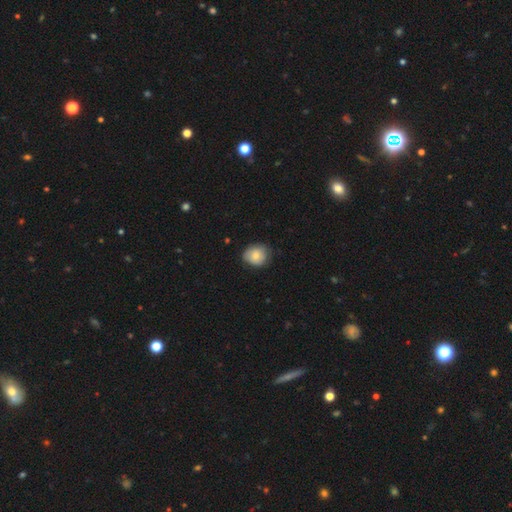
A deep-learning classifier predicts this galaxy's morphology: Smooth or featured? smooth (78%)
How rounded? round (67%)
Merging? none (71%)